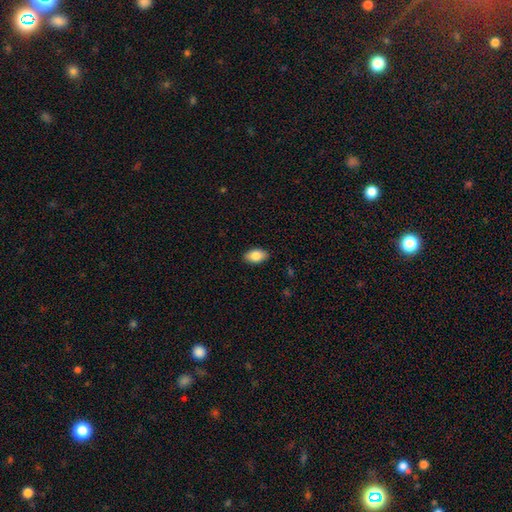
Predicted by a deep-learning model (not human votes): Q: Smooth or featured?
A: smooth (85%); runner-up: featured or disk (8%)
Q: How rounded?
A: in between (93%); runner-up: round (5%)
Q: Merging?
A: none (89%); runner-up: minor disturbance (8%)